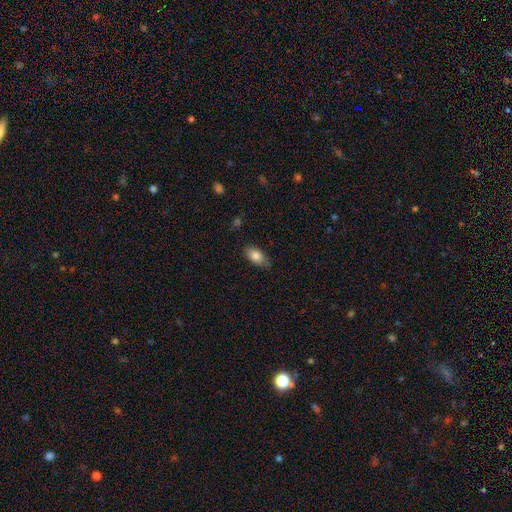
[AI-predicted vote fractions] Smooth or featured? smooth (83%)
How rounded? in between (90%)
Merging? none (76%)